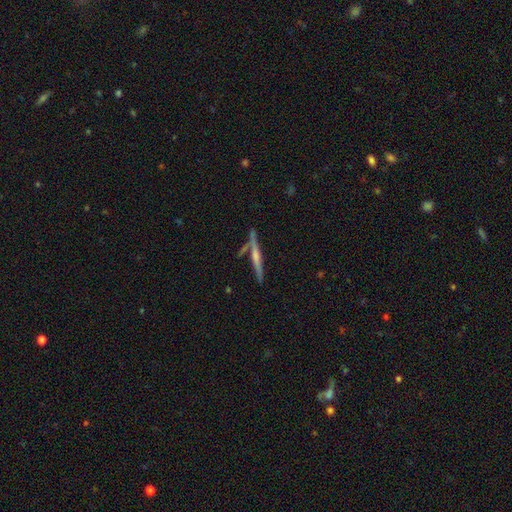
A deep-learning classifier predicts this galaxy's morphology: A featured or disk galaxy (67%) viewed edge-on (97%) with a rounded central bulge (57%). Merging: none (76%).